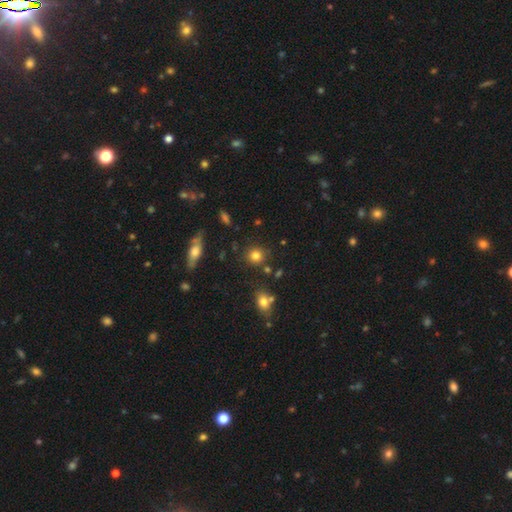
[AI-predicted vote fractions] A smooth galaxy with no disk features (80%) that is round (85%).

Vote fractions:
- Smooth or featured? smooth: 80% / star or artifact: 12% / featured or disk: 7%
- How rounded? round: 85% / in between: 13% / cigar-shaped: 1%
- Merging? none: 82% / minor disturbance: 10% / merger: 5% / major disturbance: 3%